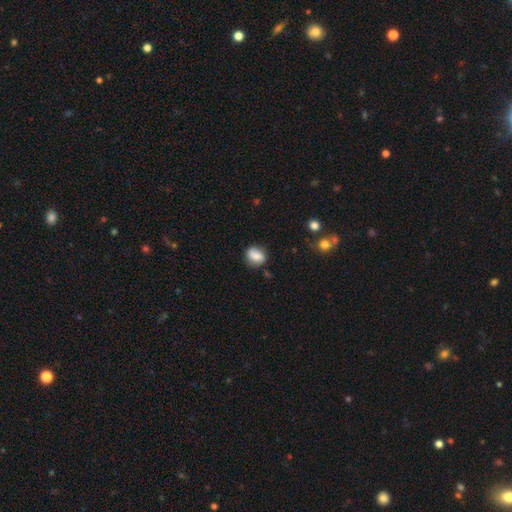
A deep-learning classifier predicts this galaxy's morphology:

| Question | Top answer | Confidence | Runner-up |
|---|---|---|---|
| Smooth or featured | smooth | 74% | featured or disk (17%) |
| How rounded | round | 55% | in between (43%) |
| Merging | none | 69% | minor disturbance (21%) |